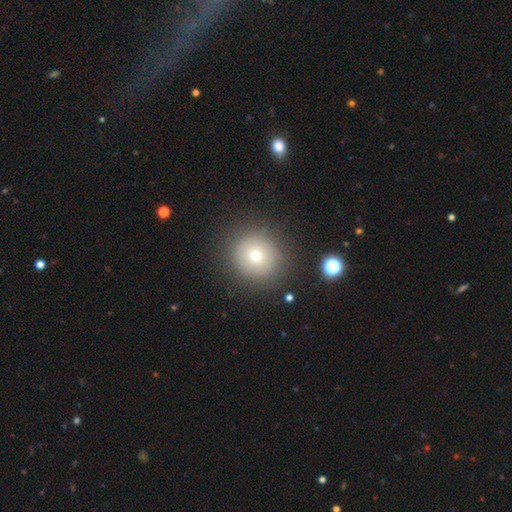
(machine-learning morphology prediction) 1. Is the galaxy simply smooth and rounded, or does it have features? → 70% smooth, 16% star or artifact, 14% featured or disk.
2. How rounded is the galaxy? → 91% round, 8% in between, 1% cigar-shaped.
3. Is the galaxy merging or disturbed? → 87% none, 8% minor disturbance, 4% major disturbance, 2% merger.